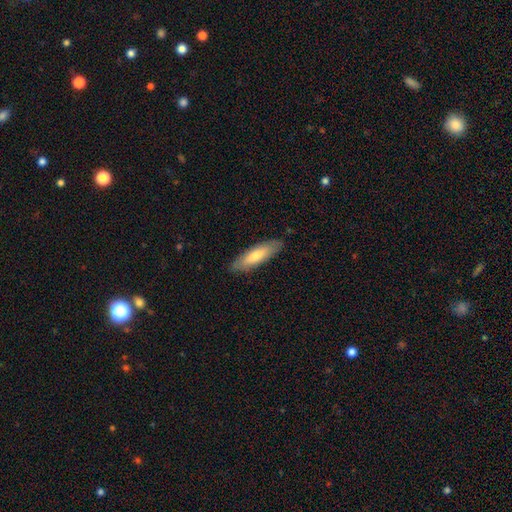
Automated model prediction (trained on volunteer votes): Smooth or featured? smooth (71%)
How rounded? cigar-shaped (55%)
Merging? none (86%)